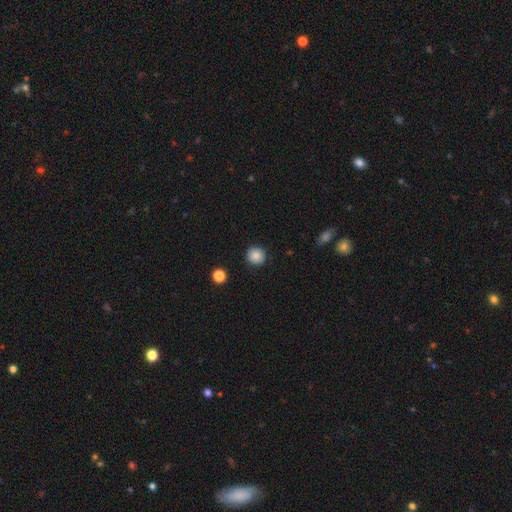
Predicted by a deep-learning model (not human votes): A smooth galaxy with no disk features (85%) that is round (92%).

Vote fractions:
- Smooth or featured? smooth: 85% / star or artifact: 10% / featured or disk: 5%
- How rounded? round: 92% / in between: 7% / cigar-shaped: 1%
- Merging? none: 89% / minor disturbance: 8% / major disturbance: 2% / merger: 1%